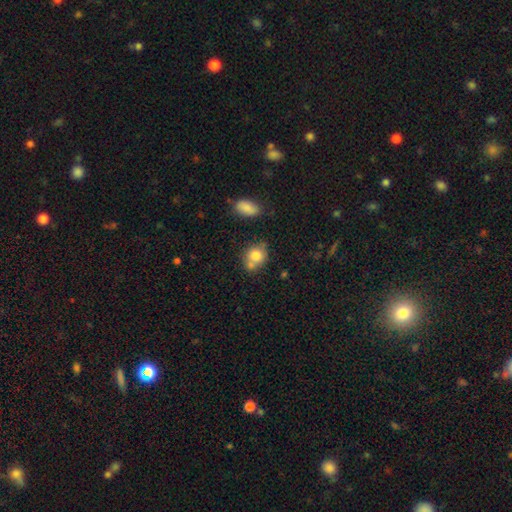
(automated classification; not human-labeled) A smooth galaxy with no disk features (77%) that is round (67%). Merging: none (54%).